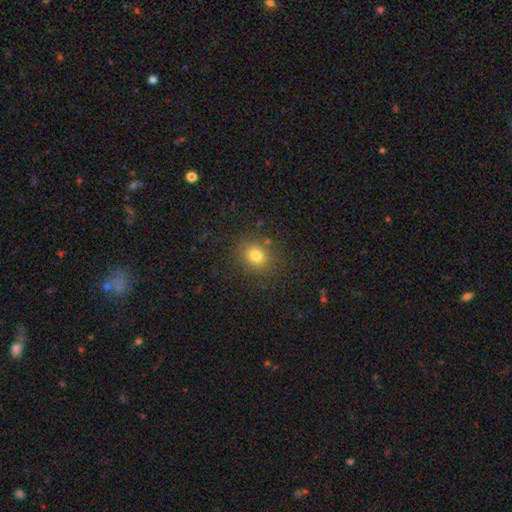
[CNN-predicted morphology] This is likely a smooth galaxy (77%). How rounded: likely round (60%). Merging: clearly none (84%).